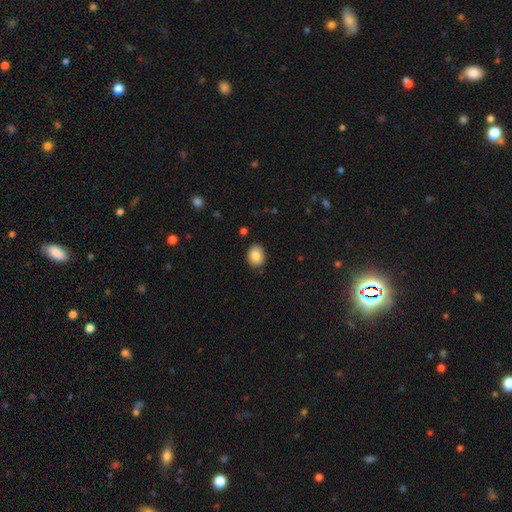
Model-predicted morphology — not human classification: Smooth or featured?
  - smooth: 86% *
  - star or artifact: 8%
  - featured or disk: 6%
How rounded?
  - round: 54% *
  - in between: 45%
  - cigar-shaped: 1%
Merging?
  - none: 86% *
  - minor disturbance: 10%
  - major disturbance: 2%
  - merger: 2%